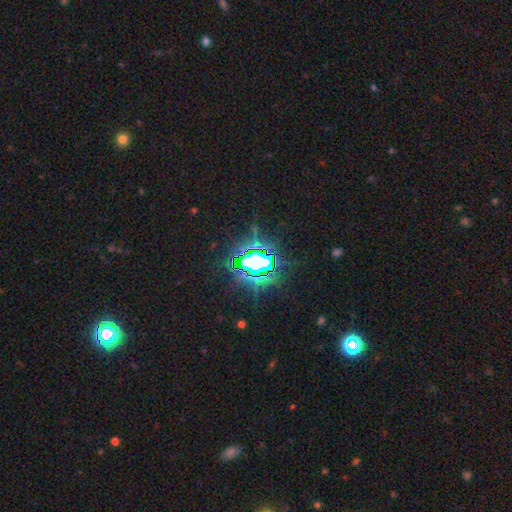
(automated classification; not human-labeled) smooth_or_featured: star or artifact (p=0.82) [alt: smooth p=0.11]